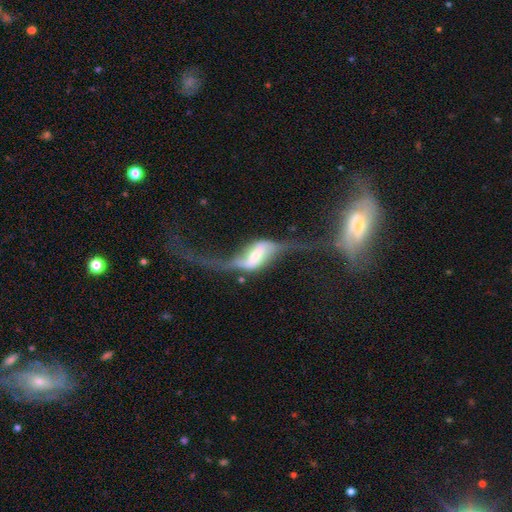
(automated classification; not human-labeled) featured or disk 82%, smooth 13%, star or artifact 5%. Down the decision tree: edge-on disk — no (83%); bar — strong (58%); spiral arms — yes (84%); spiral arm count — 2 (91%); spiral winding — loose (92%); bulge size — moderate (39%); merging — major disturbance (46%).